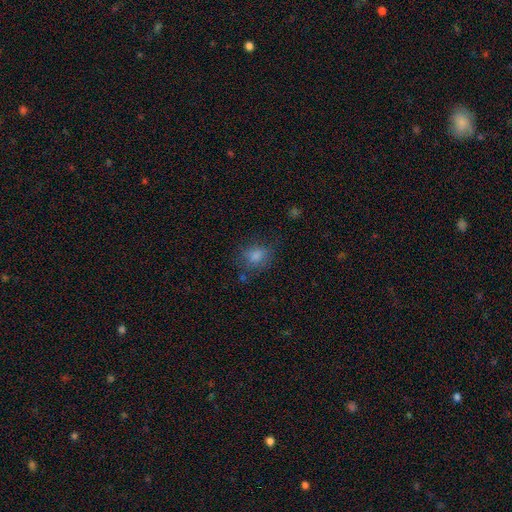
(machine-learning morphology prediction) smooth_or_featured: smooth (p=0.72) [alt: star or artifact p=0.17]
how_rounded: in between (p=0.51) [alt: round p=0.47]
merging: none (p=0.70) [alt: minor disturbance p=0.19]